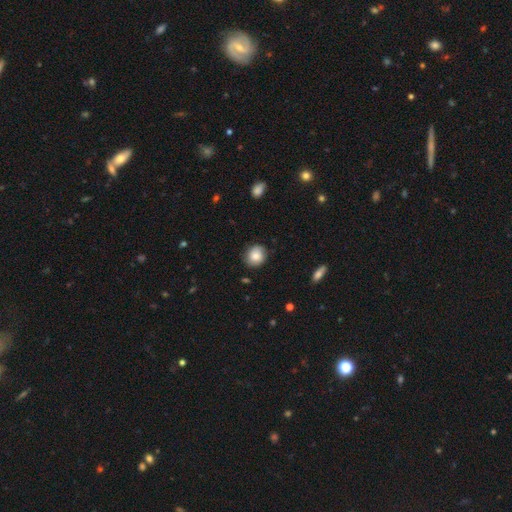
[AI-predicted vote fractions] Morphology: type=smooth (78%); roundness=round (77%); merging=none (82%).